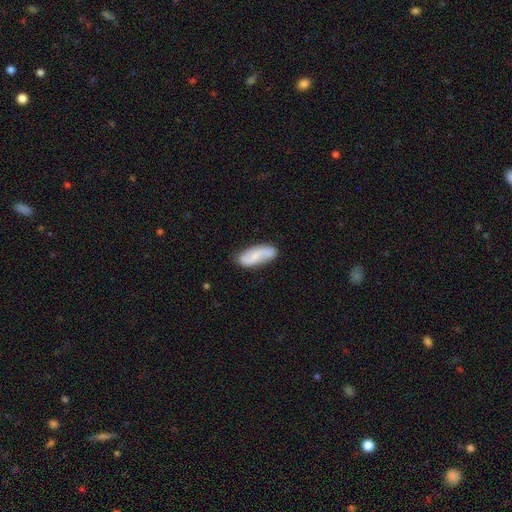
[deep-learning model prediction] A featured or disk galaxy (53%). Merging: none (79%).